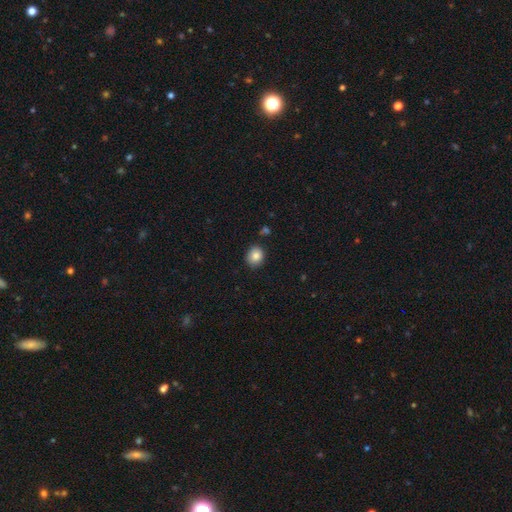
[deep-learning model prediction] Overall: smooth (85%). How rounded: round (65%; in between 34%). Merging: none (84%).